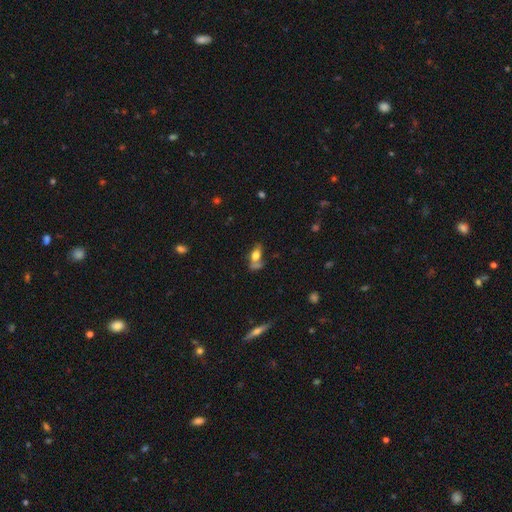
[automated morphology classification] smooth_or_featured: smooth (p=0.60) [alt: featured or disk p=0.29]
how_rounded: in between (p=0.75) [alt: cigar-shaped p=0.16]
merging: none (p=0.41) [alt: merger p=0.23]